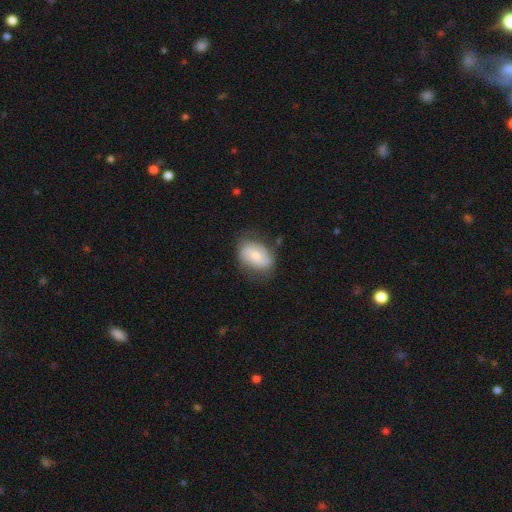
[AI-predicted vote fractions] smooth-or-featured: smooth: 58% | featured or disk: 35% | star or artifact: 7%
  how-rounded: in between: 78% | round: 21% | cigar-shaped: 1%
  merging: none: 66% | minor disturbance: 25% | major disturbance: 8% | merger: 2%